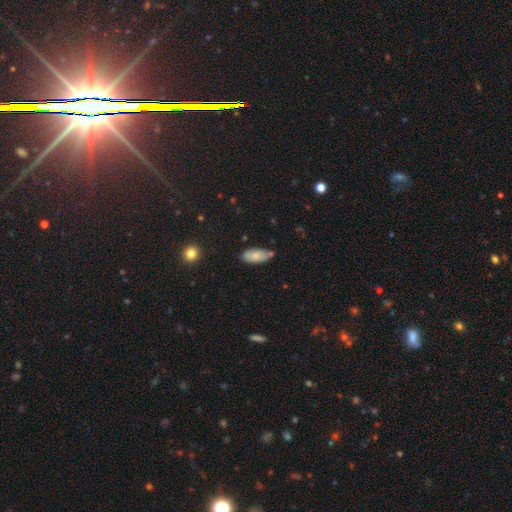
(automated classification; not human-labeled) Smooth or featured: smooth — 78% (featured or disk — 15%)
How rounded: in between — 90% (cigar-shaped — 8%)
Merging: none — 64% (minor disturbance — 25%)